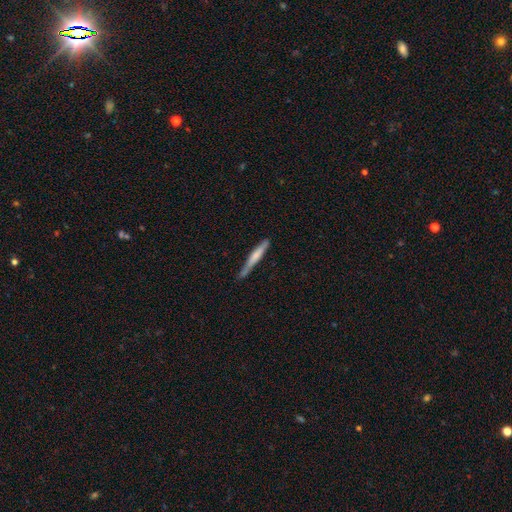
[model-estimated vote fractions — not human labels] Morphology: type=smooth (58%); roundness=cigar-shaped (95%); merging=none (74%).